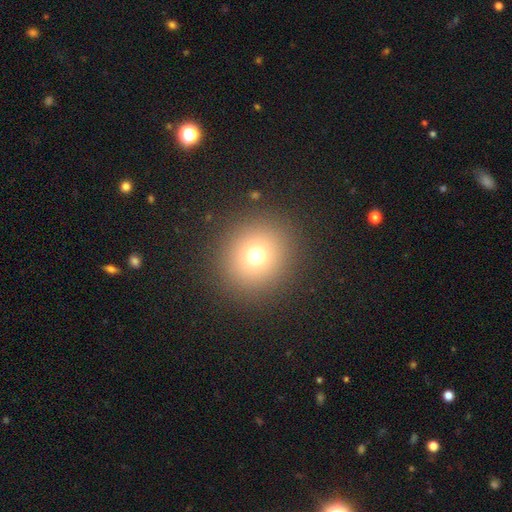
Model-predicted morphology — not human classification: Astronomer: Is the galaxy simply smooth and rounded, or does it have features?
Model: smooth — 69%.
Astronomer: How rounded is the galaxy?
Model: round — 91%.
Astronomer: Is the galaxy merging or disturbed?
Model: none — 89%.